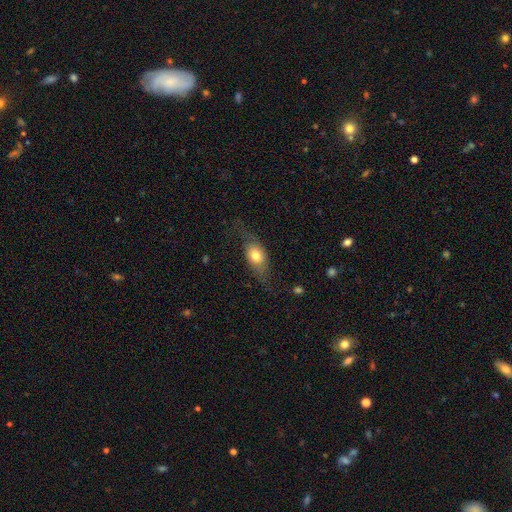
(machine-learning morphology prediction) Smooth or featured: smooth — 58% (featured or disk — 34%)
How rounded: in between — 70% (round — 18%)
Merging: none — 54% (minor disturbance — 25%)